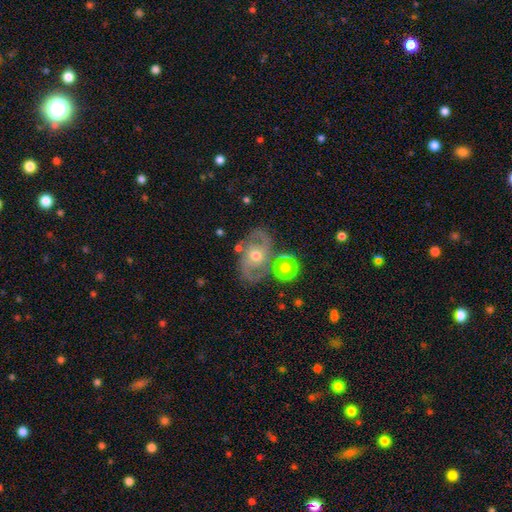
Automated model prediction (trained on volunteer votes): Overall: featured or disk (71%). Edge-on disk: no (95%). Bar: no (65%; weak 26%). Spiral arms: yes (74%). Bulge size: moderate (69%). Merging: none (65%).